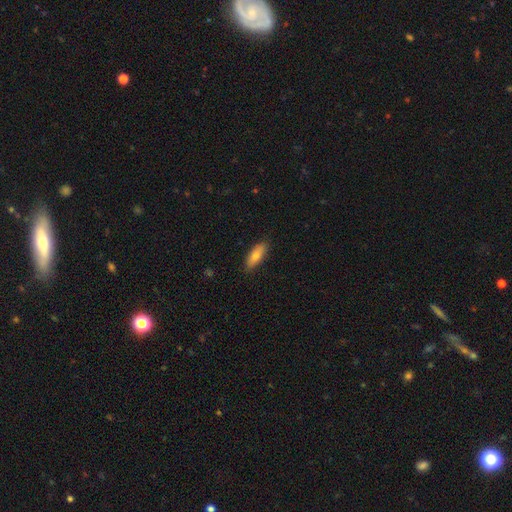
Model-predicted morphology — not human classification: Smooth or featured?
  - smooth: 74% *
  - featured or disk: 20%
  - star or artifact: 6%
How rounded?
  - in between: 66% *
  - cigar-shaped: 32%
  - round: 2%
Merging?
  - none: 85% *
  - minor disturbance: 12%
  - major disturbance: 2%
  - merger: 1%